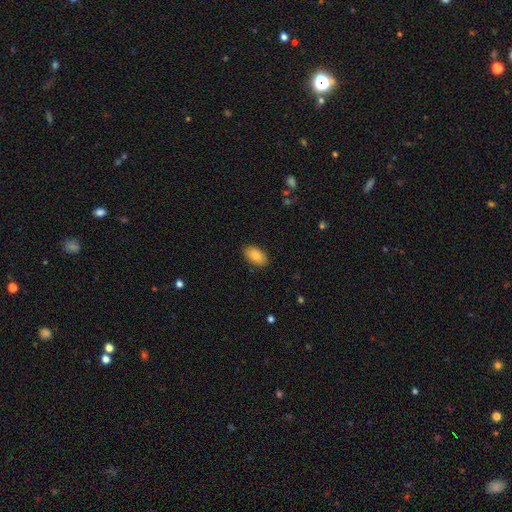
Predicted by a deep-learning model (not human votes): A smooth galaxy with no disk features (84%) that is in between round and cigar-shaped (93%).

Vote fractions:
- Smooth or featured? smooth: 84% / featured or disk: 9% / star or artifact: 7%
- How rounded? in between: 93% / round: 5% / cigar-shaped: 2%
- Merging? none: 88% / minor disturbance: 9% / major disturbance: 2% / merger: 1%